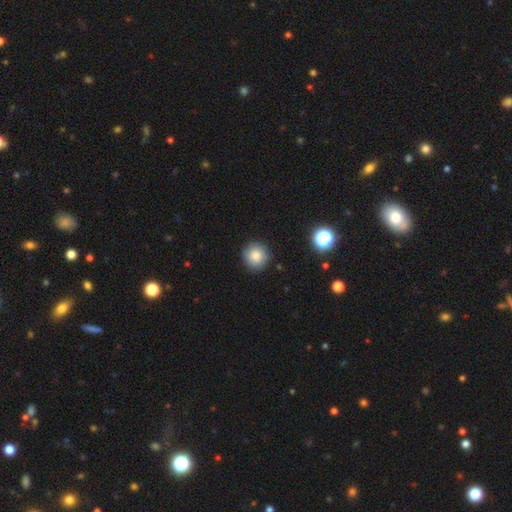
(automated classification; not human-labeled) Smooth or featured: smooth — 83% (star or artifact — 10%)
How rounded: round — 94% (in between — 5%)
Merging: none — 88% (minor disturbance — 8%)